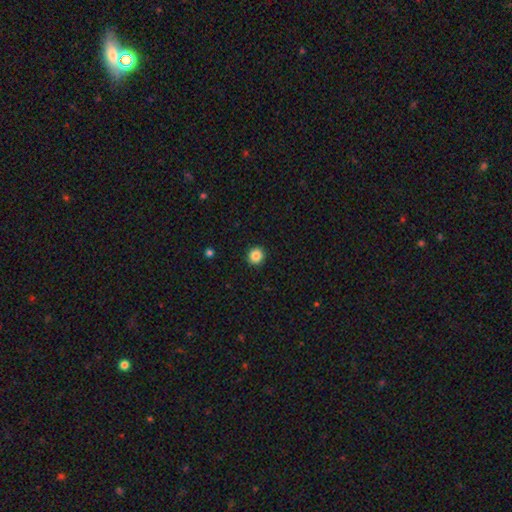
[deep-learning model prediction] A smooth galaxy with no disk features (86%) that is round (94%).

Vote fractions:
- Smooth or featured? smooth: 86% / star or artifact: 10% / featured or disk: 4%
- How rounded? round: 94% / in between: 5% / cigar-shaped: 1%
- Merging? none: 93% / minor disturbance: 4% / major disturbance: 1% / merger: 1%